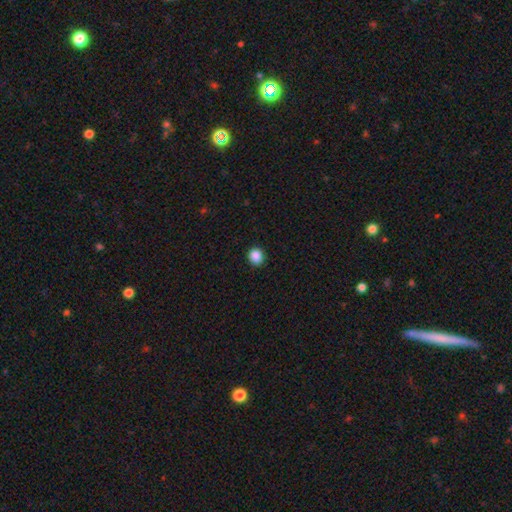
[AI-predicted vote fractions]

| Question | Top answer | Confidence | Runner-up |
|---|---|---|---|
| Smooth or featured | smooth | 88% | star or artifact (9%) |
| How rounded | round | 81% | in between (18%) |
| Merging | none | 91% | minor disturbance (6%) |